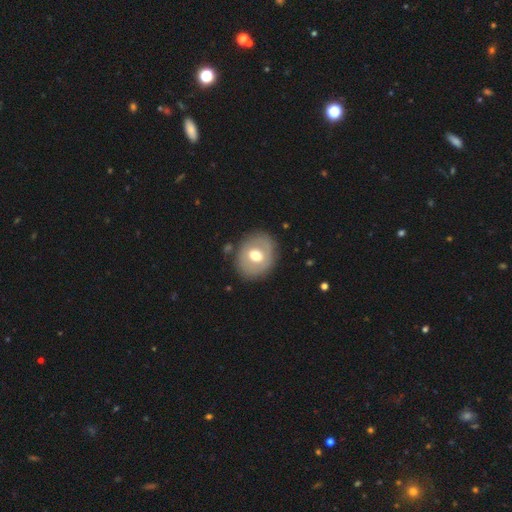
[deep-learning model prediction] This appears to be a smooth galaxy with no disk features (52%) that is round (61%). Merging: none (81%).